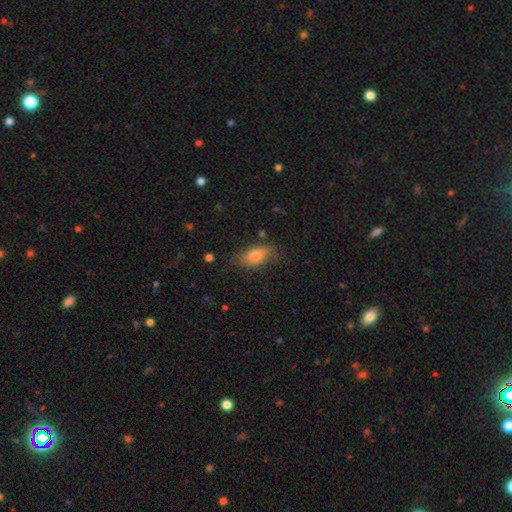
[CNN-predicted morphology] The model was most divided on "merging": none: 73%, minor disturbance: 20%, major disturbance: 5%, merger: 2%. More confident: how rounded — in between (84%); smooth or featured — smooth (76%).